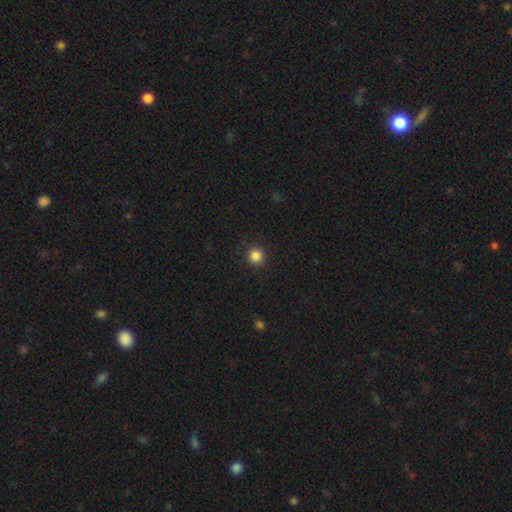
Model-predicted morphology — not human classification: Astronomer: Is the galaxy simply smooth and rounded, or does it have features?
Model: smooth — 85%.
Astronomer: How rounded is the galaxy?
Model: round — 95%.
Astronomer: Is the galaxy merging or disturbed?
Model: none — 91%.